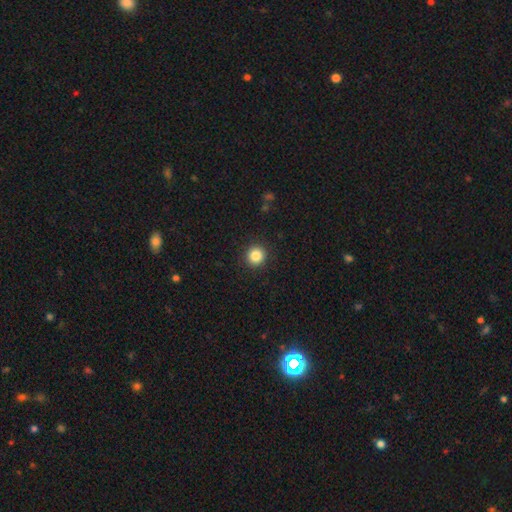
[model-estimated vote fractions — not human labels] smooth 85%, star or artifact 10%, featured or disk 5%. Down the decision tree: how rounded — round (93%); merging — none (92%).